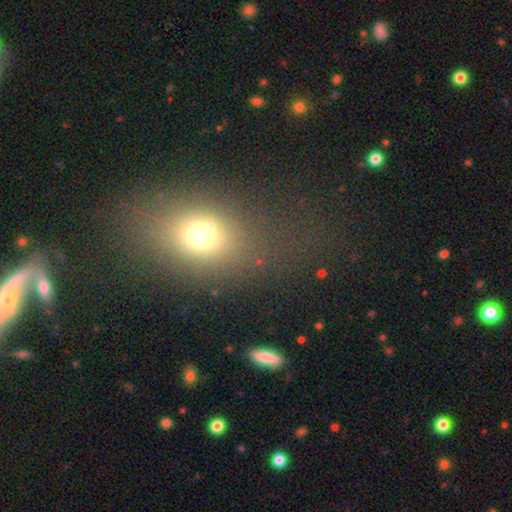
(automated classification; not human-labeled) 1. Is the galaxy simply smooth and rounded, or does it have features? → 61% smooth, 23% star or artifact, 16% featured or disk.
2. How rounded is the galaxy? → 62% in between, 33% round, 5% cigar-shaped.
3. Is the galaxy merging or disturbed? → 69% none, 15% minor disturbance, 10% major disturbance, 6% merger.